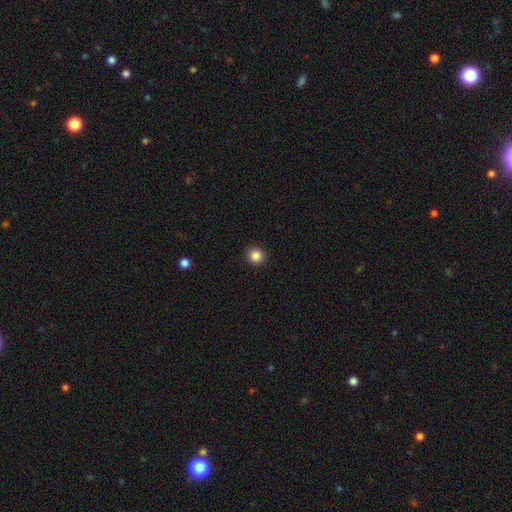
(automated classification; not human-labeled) smooth_or_featured: smooth (p=0.86) [alt: star or artifact p=0.11]
how_rounded: round (p=0.90) [alt: in between p=0.09]
merging: none (p=0.93) [alt: minor disturbance p=0.05]